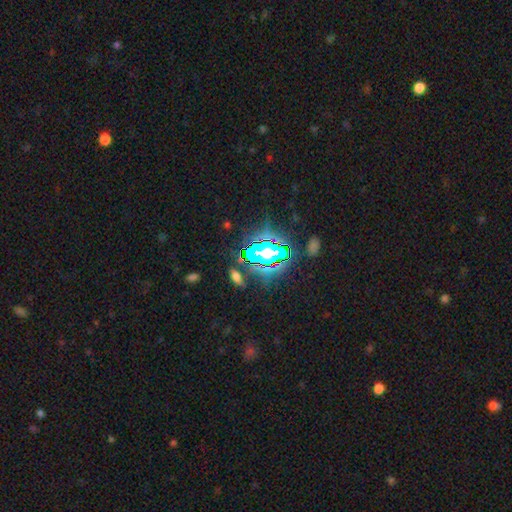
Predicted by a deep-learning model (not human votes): Smooth or featured: star or artifact — 77% (smooth — 13%)